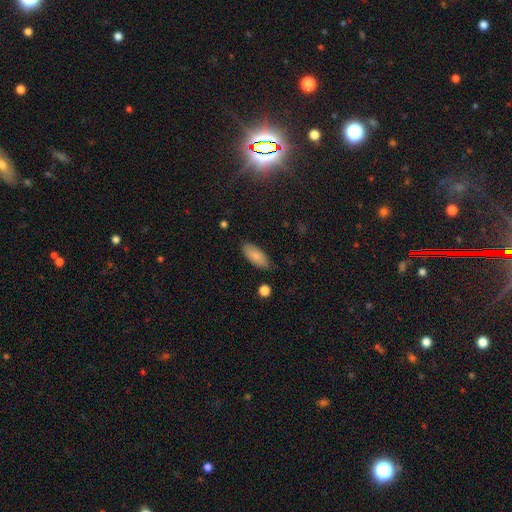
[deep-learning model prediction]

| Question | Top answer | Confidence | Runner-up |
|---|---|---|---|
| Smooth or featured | smooth | 83% | featured or disk (10%) |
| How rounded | in between | 86% | cigar-shaped (12%) |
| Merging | none | 80% | minor disturbance (16%) |